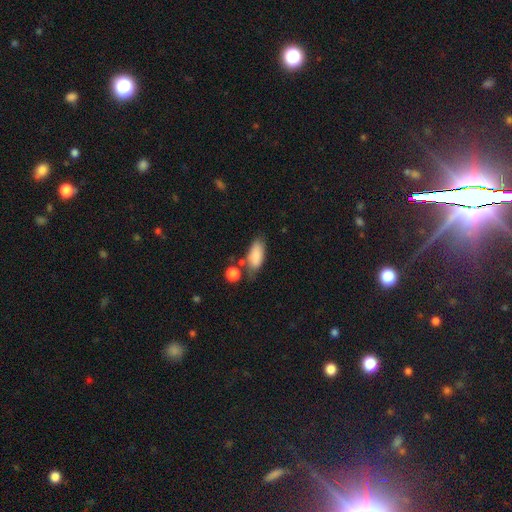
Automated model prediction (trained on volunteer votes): smooth-or-featured: smooth: 85% | featured or disk: 8% | star or artifact: 7%
  how-rounded: in between: 85% | cigar-shaped: 12% | round: 3%
  merging: none: 56% | minor disturbance: 23% | merger: 14% | major disturbance: 7%